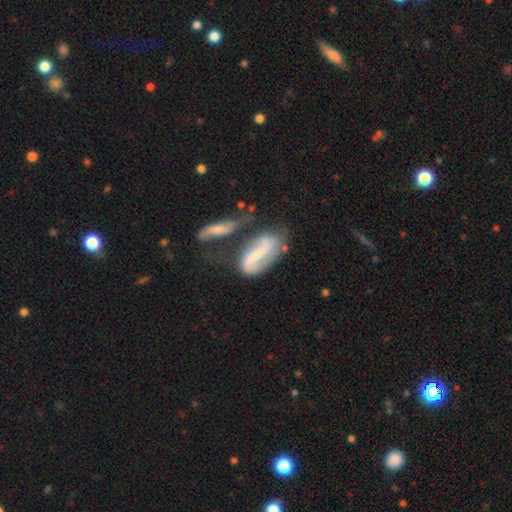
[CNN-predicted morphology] Overall: featured or disk (71%). Edge-on disk: no (92%). Bar: strong (43%; weak 36%). Spiral arms: yes (83%). Spiral arm count: 2 (80%). Spiral winding: loose (58%; medium 30%). Bulge size: small (48%; moderate 30%). Merging: merger (35%; none 32%).